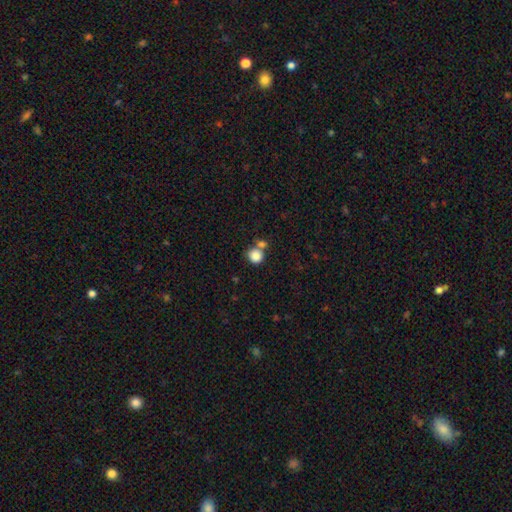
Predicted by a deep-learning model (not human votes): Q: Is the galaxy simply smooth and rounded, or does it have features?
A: smooth — 85%.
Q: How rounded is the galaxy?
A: round — 84%.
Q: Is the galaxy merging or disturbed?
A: none — 52%.